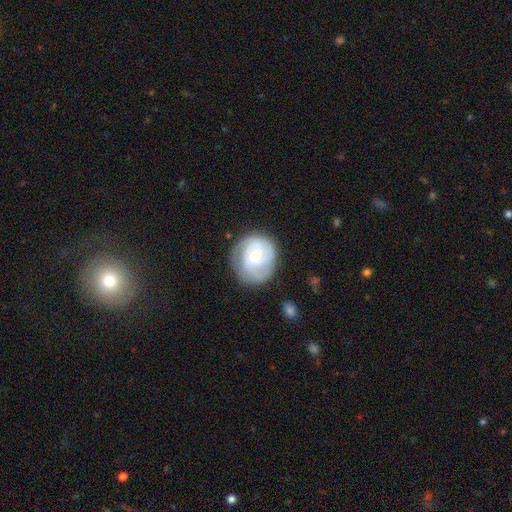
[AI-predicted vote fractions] This appears to be a featured or disk galaxy (69%) with no bar (56%), 3 (32%) tight (52%) spiral arms (92%) and a small central bulge (53%). Merging: none (68%).